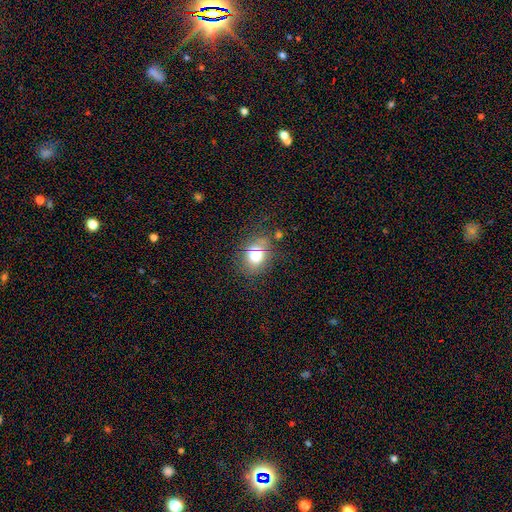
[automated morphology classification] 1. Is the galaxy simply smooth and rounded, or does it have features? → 75% smooth, 13% star or artifact, 12% featured or disk.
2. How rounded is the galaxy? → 53% in between, 46% round, 1% cigar-shaped.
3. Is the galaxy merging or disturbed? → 70% none, 19% minor disturbance, 6% major disturbance, 5% merger.